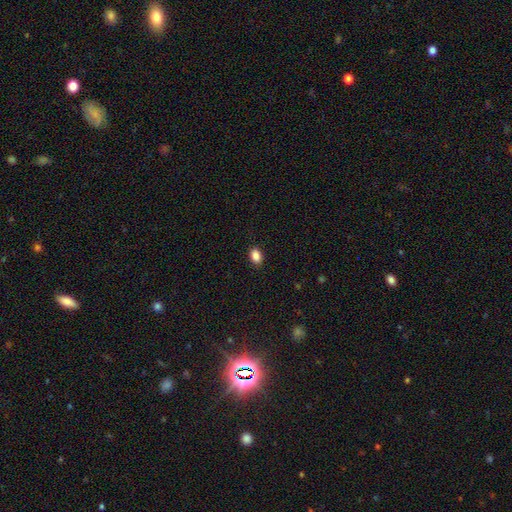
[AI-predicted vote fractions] Smooth or featured?
  - smooth: 87% *
  - star or artifact: 9%
  - featured or disk: 3%
How rounded?
  - in between: 80% *
  - round: 19%
  - cigar-shaped: 1%
Merging?
  - none: 89% *
  - minor disturbance: 8%
  - major disturbance: 2%
  - merger: 1%